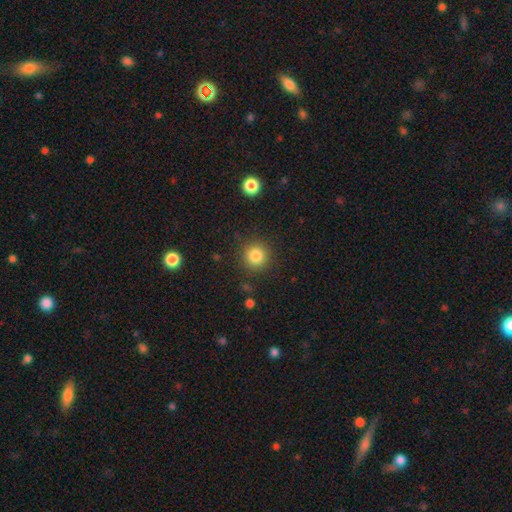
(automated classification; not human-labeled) Smooth or featured: smooth — 83% (star or artifact — 11%)
How rounded: round — 94% (in between — 5%)
Merging: none — 88% (minor disturbance — 7%)